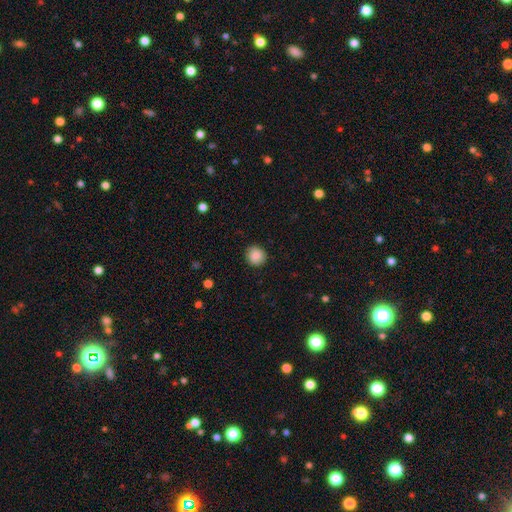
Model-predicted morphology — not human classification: Smooth or featured? Predicted: smooth (p=0.88). How rounded? Predicted: round (p=0.88). Merging? Predicted: none (p=0.88).